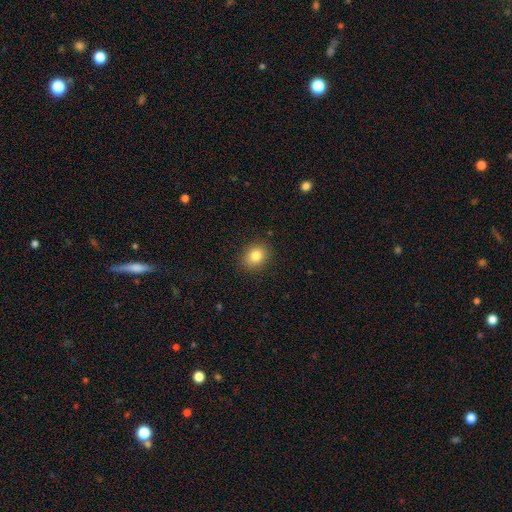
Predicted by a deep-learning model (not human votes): Q: Smooth or featured?
A: smooth (83%); runner-up: star or artifact (10%)
Q: How rounded?
A: round (56%); runner-up: in between (43%)
Q: Merging?
A: none (88%); runner-up: minor disturbance (9%)